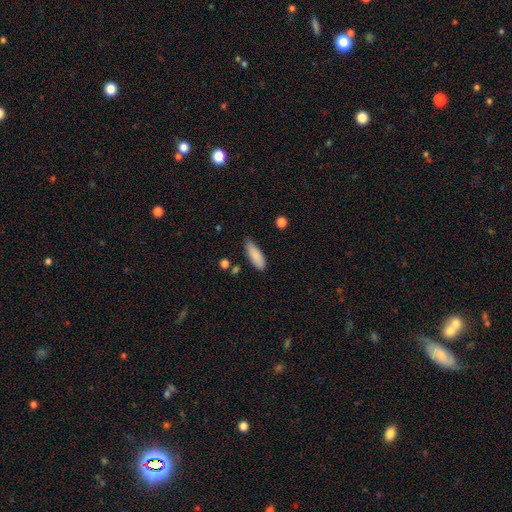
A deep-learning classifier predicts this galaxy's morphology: This appears to be a smooth galaxy with no disk features (87%) that is in between round and cigar-shaped (66%). Merging: none (71%).